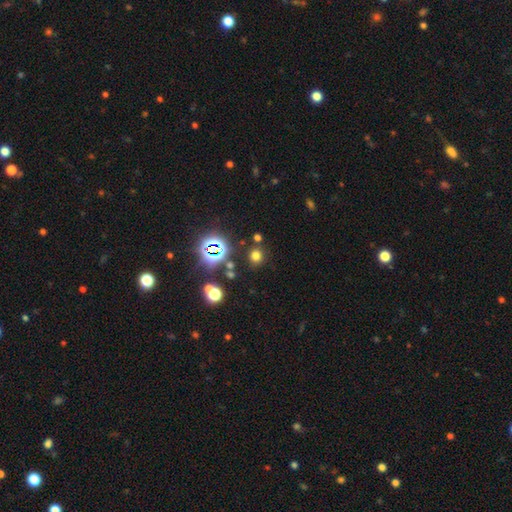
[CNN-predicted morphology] The model was most divided on "smooth or featured": smooth: 66%, star or artifact: 28%, featured or disk: 7%. More confident: how rounded — round (84%); merging — none (84%).